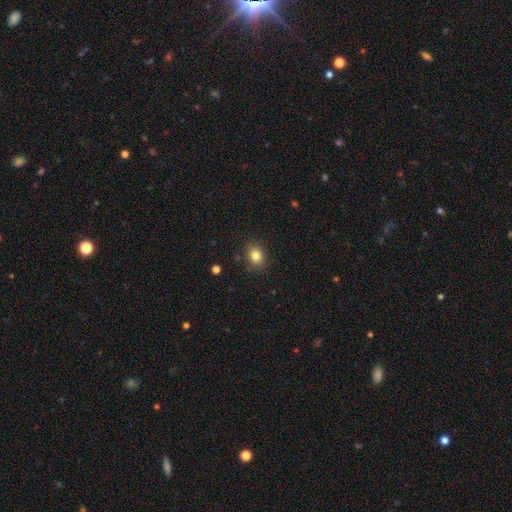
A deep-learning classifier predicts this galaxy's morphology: This appears to be a smooth galaxy with no disk features (83%) that is round (54%). Merging: none (85%).